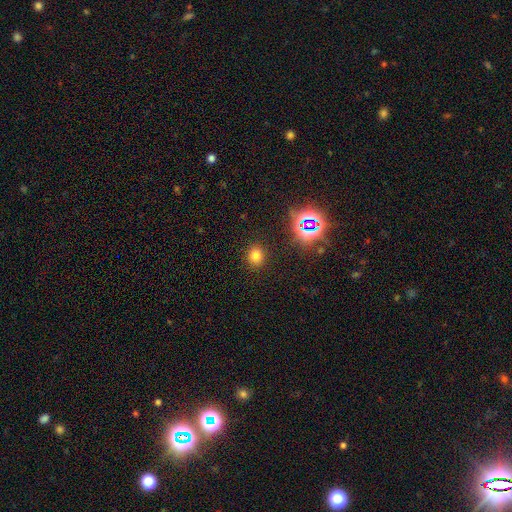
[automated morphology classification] Smooth or featured? Predicted: smooth (p=0.73). How rounded? Predicted: round (p=0.68). Merging? Predicted: none (p=0.88).